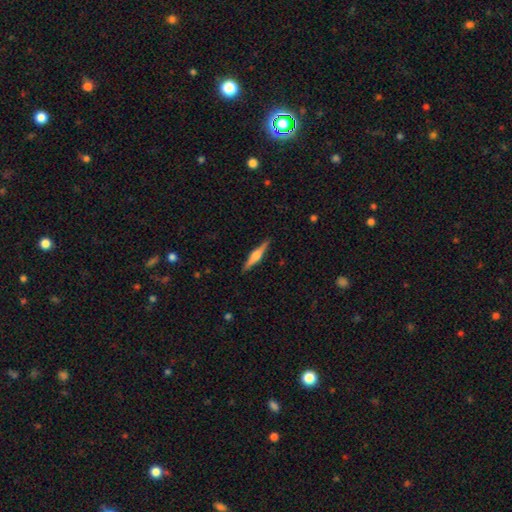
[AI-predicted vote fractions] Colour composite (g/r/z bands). It shows a featured or disk galaxy (68%) viewed edge-on (98%) with a rounded central bulge (83%). Merging: none (91%).